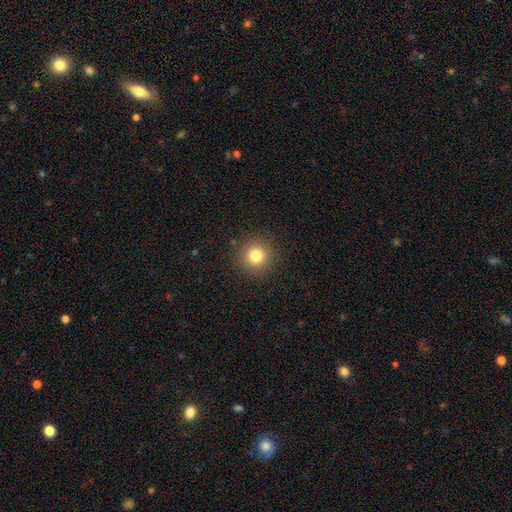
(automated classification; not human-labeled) Q: Smooth or featured?
A: smooth (80%); runner-up: star or artifact (13%)
Q: How rounded?
A: round (94%); runner-up: in between (5%)
Q: Merging?
A: none (90%); runner-up: minor disturbance (6%)